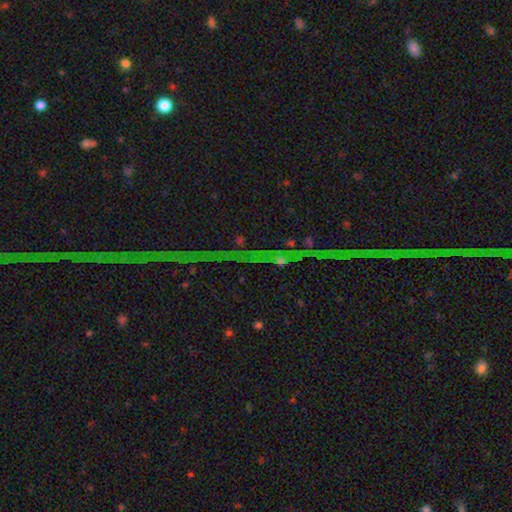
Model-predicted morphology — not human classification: Smooth or featured: star or artifact — 74% (featured or disk — 17%)